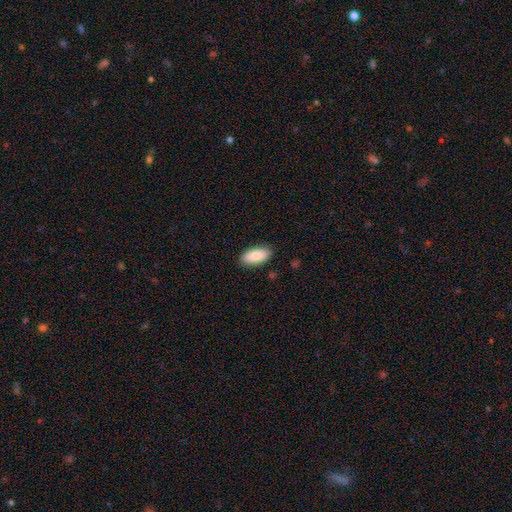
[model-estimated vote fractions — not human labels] smooth_or_featured: smooth (p=0.83) [alt: featured or disk p=0.11]
how_rounded: in between (p=0.91) [alt: cigar-shaped p=0.07]
merging: none (p=0.86) [alt: minor disturbance p=0.11]